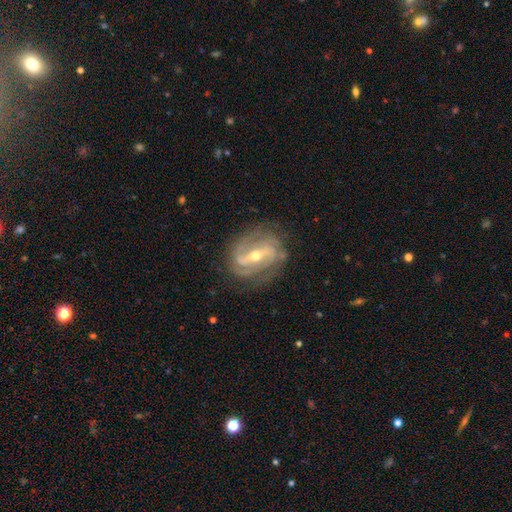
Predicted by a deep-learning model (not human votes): A featured or disk galaxy (89%) with a strong bar (55%), 2 (54%) medium (43%) spiral arms (96%) and a moderate central bulge (50%).

Vote fractions:
- Smooth or featured? featured or disk: 89% / smooth: 5% / star or artifact: 5%
- Edge-on disk? no: 96% / yes: 4%
- Bar? strong: 55% / weak: 32% / no: 13%
- Spiral arms? yes: 96% / no: 4%
- Spiral winding? medium: 43% / tight: 41% / loose: 16%
- Spiral arm count? 2: 54% / 3: 21% / can't tell: 13% / 4: 5% / 1: 4% / more than 4: 3%
- Bulge size? moderate: 50% / small: 47% / large: 2% / none: 1% / dominant: 1%
- Merging? none: 74% / minor disturbance: 17% / major disturbance: 8% / merger: 1%